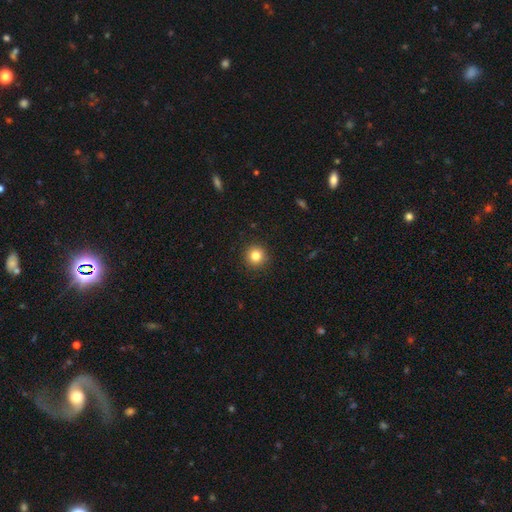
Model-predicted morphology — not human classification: Smooth or featured? Predicted: smooth (p=0.83). How rounded? Predicted: round (p=0.95). Merging? Predicted: none (p=0.92).